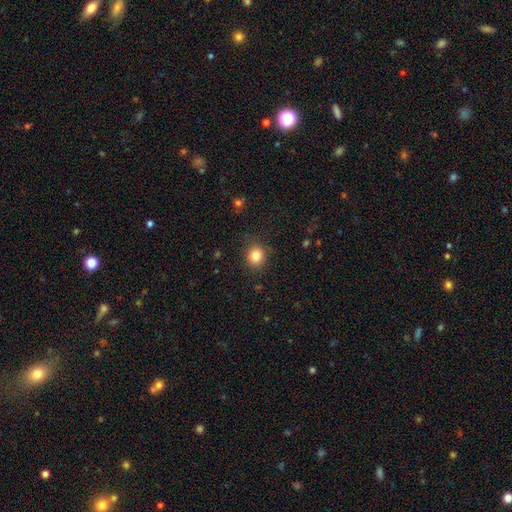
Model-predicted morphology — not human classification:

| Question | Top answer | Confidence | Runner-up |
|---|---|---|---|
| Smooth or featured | smooth | 83% | star or artifact (11%) |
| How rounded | round | 82% | in between (18%) |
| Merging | none | 85% | minor disturbance (10%) |